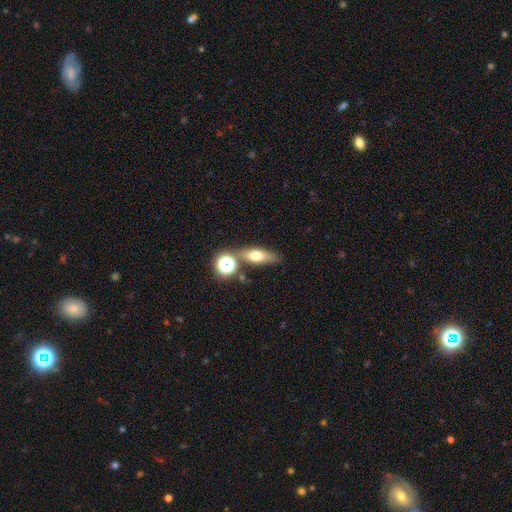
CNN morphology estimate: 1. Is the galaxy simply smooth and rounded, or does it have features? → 61% smooth, 27% featured or disk, 12% star or artifact.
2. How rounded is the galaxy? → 54% in between, 33% cigar-shaped, 13% round.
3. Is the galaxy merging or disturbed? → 68% none, 15% merger, 13% minor disturbance, 4% major disturbance.